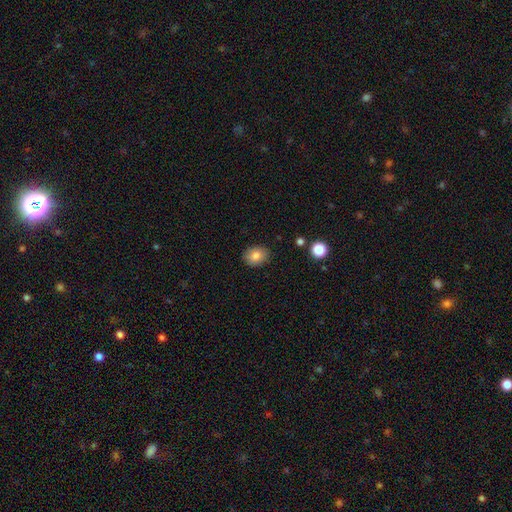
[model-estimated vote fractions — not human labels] Smooth or featured: smooth — 83% (star or artifact — 9%)
How rounded: in between — 56% (round — 43%)
Merging: none — 86% (minor disturbance — 10%)